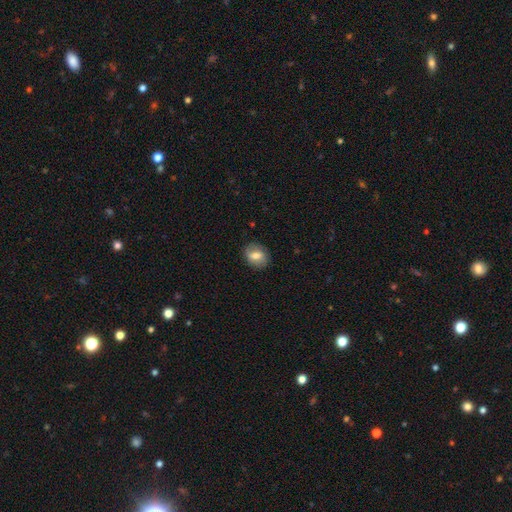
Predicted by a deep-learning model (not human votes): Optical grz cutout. It shows a smooth galaxy with no disk features (68%) that is in between round and cigar-shaped (56%). Merging: none (80%).